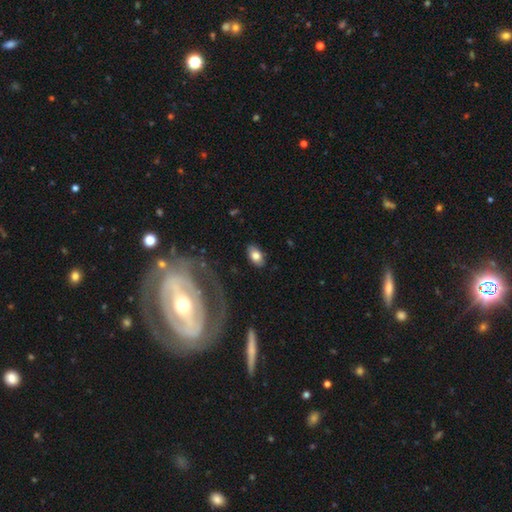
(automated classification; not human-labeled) This appears to be a smooth galaxy with no disk features (75%) that is in between round and cigar-shaped (91%). Merging: none (85%).